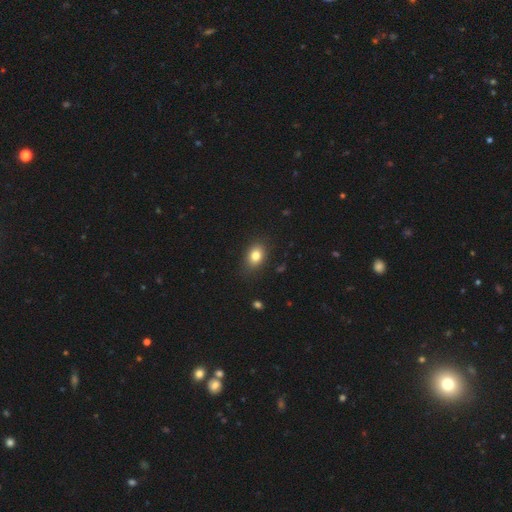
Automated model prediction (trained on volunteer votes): Smooth or featured: smooth — 81% (star or artifact — 10%)
How rounded: in between — 73% (round — 25%)
Merging: none — 85% (minor disturbance — 11%)